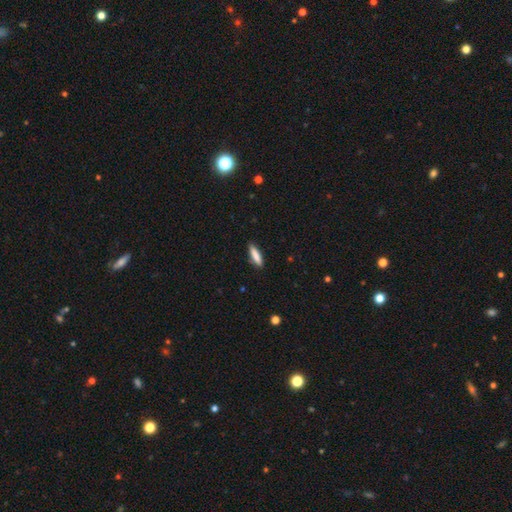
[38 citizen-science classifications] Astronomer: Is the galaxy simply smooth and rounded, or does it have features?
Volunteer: smooth — 76%.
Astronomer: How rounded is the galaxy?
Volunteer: cigar-shaped — 97%.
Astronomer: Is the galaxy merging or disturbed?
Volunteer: none — 94%.